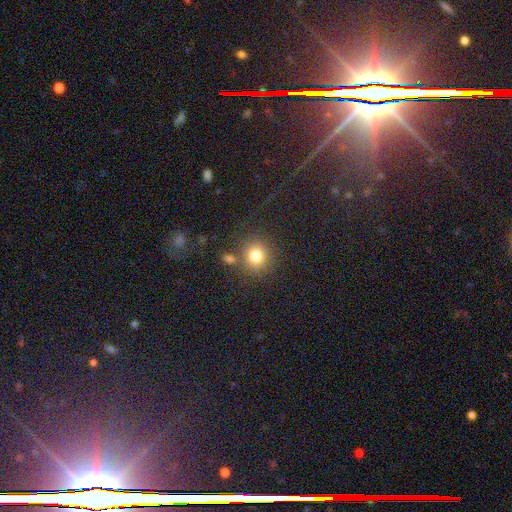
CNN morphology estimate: Q: Smooth or featured?
A: smooth (79%); runner-up: star or artifact (13%)
Q: How rounded?
A: round (84%); runner-up: in between (15%)
Q: Merging?
A: none (76%); runner-up: minor disturbance (10%)